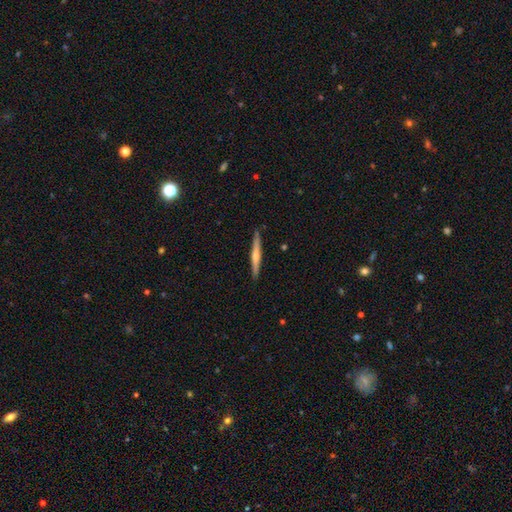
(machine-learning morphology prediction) This is possibly a featured or disk galaxy (51%). It is clearly viewed edge-on (97%). Merging: clearly none (89%).